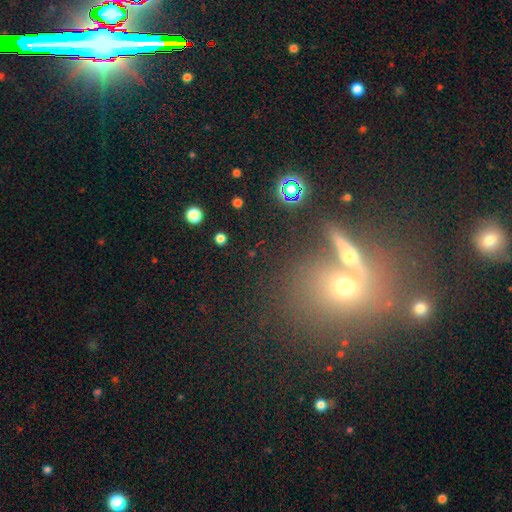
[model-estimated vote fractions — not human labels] This is marginally a star or artifact rather than a galaxy (42%).